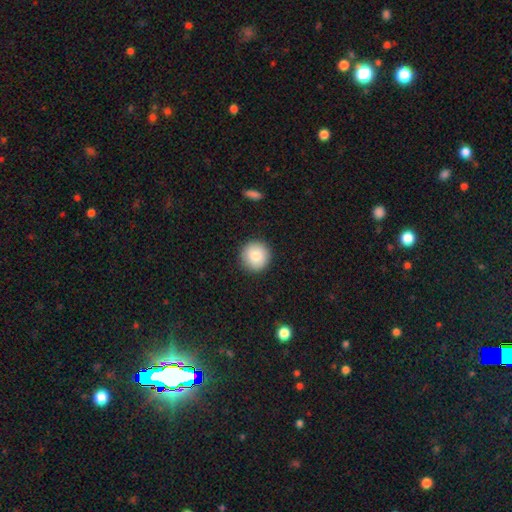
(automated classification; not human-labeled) This appears to be a smooth galaxy with no disk features (84%) that is round (95%). Merging: none (91%).